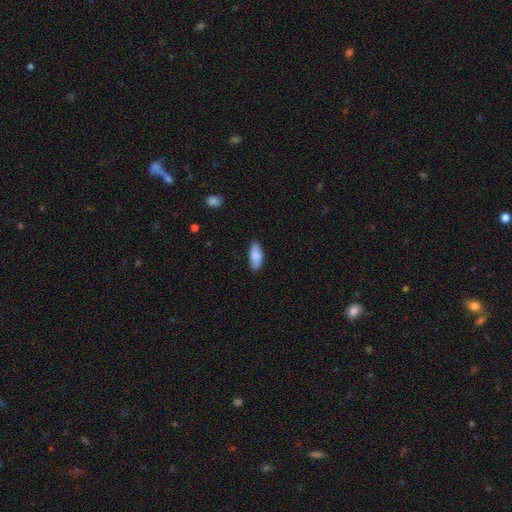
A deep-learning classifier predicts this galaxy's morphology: The model was most divided on "how rounded": in between: 81%, cigar-shaped: 17%, round: 2%. More confident: smooth or featured — smooth (84%); merging — none (81%).